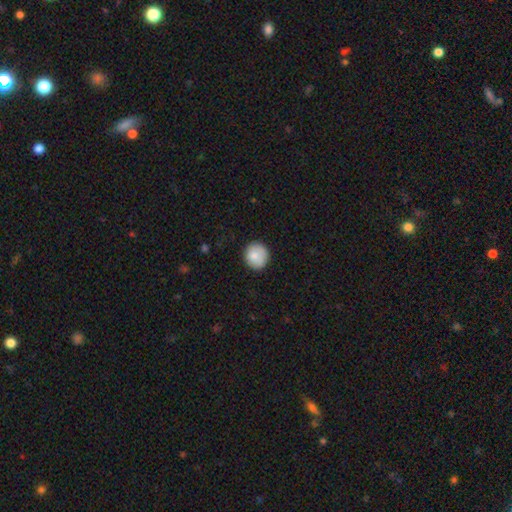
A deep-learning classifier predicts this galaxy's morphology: Smooth or featured: smooth — 82% (featured or disk — 11%)
How rounded: round — 88% (in between — 11%)
Merging: none — 84% (minor disturbance — 12%)